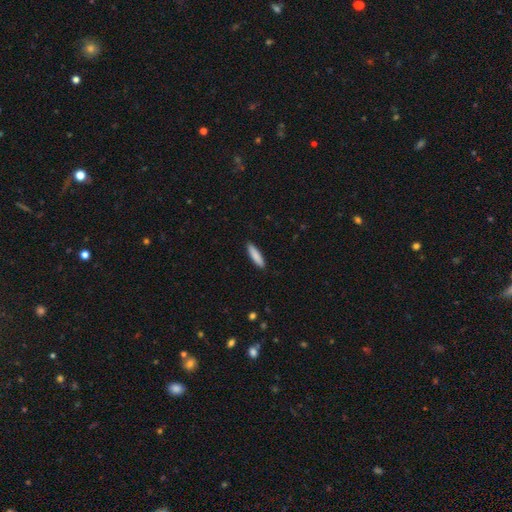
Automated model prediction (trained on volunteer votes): A smooth galaxy with no disk features (87%) that is cigar-shaped (76%).

Vote fractions:
- Smooth or featured? smooth: 87% / featured or disk: 7% / star or artifact: 6%
- How rounded? cigar-shaped: 76% / in between: 22% / round: 1%
- Merging? none: 91% / minor disturbance: 7% / major disturbance: 1% / merger: 1%